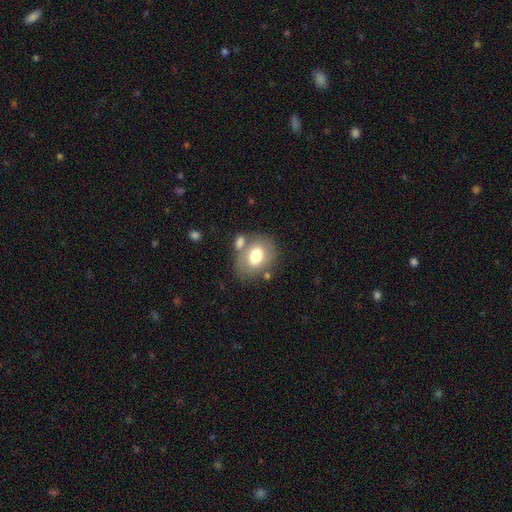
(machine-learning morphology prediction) A smooth galaxy with no disk features (67%) that is in between round and cigar-shaped (58%).

Vote fractions:
- Smooth or featured? smooth: 67% / featured or disk: 25% / star or artifact: 8%
- How rounded? in between: 58% / round: 41% / cigar-shaped: 1%
- Merging? none: 59% / merger: 20% / minor disturbance: 15% / major disturbance: 6%